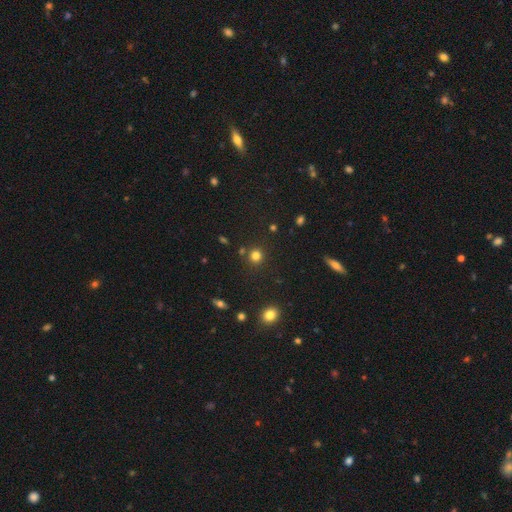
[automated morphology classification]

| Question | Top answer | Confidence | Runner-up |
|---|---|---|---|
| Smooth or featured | smooth | 79% | star or artifact (16%) |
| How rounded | round | 91% | in between (8%) |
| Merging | none | 83% | minor disturbance (7%) |